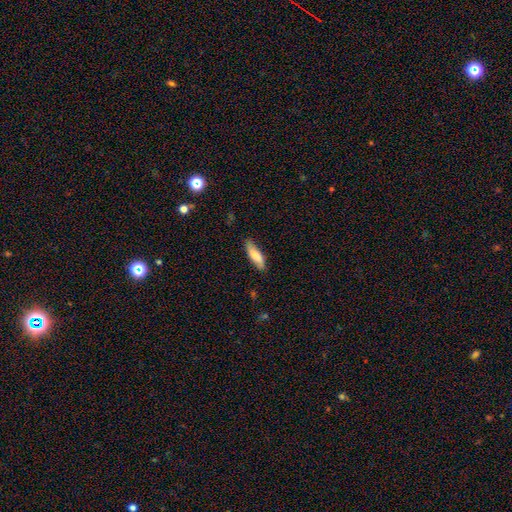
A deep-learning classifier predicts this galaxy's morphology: Q: Smooth or featured?
A: smooth (74%); runner-up: featured or disk (20%)
Q: How rounded?
A: cigar-shaped (53%); runner-up: in between (45%)
Q: Merging?
A: none (81%); runner-up: minor disturbance (15%)